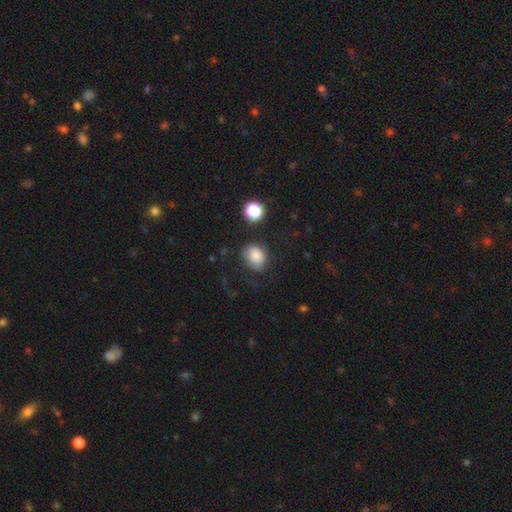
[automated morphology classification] Smooth or featured?
  - smooth: 78% *
  - featured or disk: 11%
  - star or artifact: 11%
How rounded?
  - round: 52% *
  - in between: 47%
  - cigar-shaped: 1%
Merging?
  - none: 57% *
  - minor disturbance: 24%
  - major disturbance: 15%
  - merger: 4%